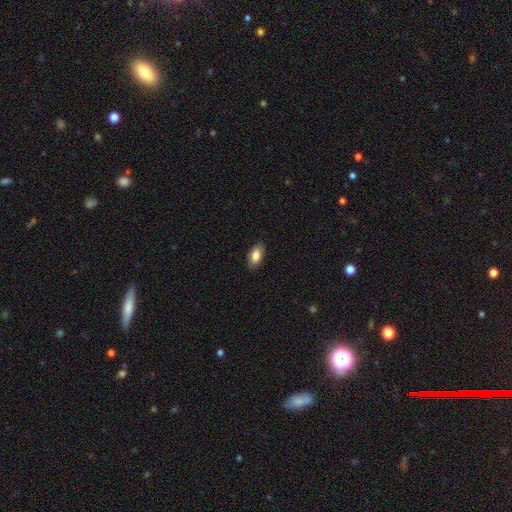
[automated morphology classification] A smooth galaxy with no disk features (83%) that is in between round and cigar-shaped (92%).

Vote fractions:
- Smooth or featured? smooth: 83% / featured or disk: 10% / star or artifact: 7%
- How rounded? in between: 92% / cigar-shaped: 4% / round: 3%
- Merging? none: 87% / minor disturbance: 10% / major disturbance: 2% / merger: 1%